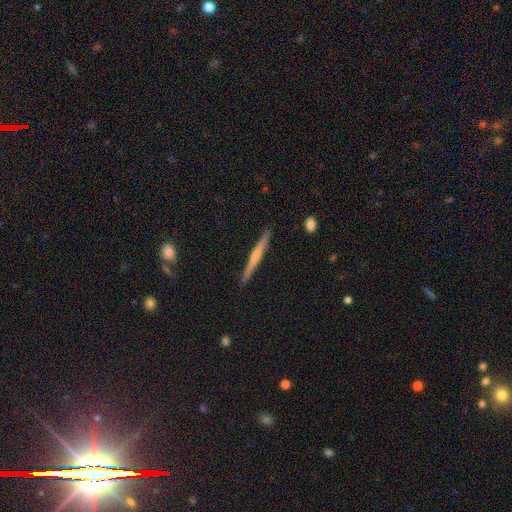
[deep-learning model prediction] A featured or disk galaxy (56%) viewed edge-on (98%) with no central bulge (46%).

Vote fractions:
- Smooth or featured? featured or disk: 56% / smooth: 38% / star or artifact: 6%
- Edge-on disk? yes: 98% / no: 2%
- Edge-on bulge? none: 46% / rounded: 42% / boxy: 11%
- Merging? none: 91% / minor disturbance: 7% / major disturbance: 1% / merger: 1%